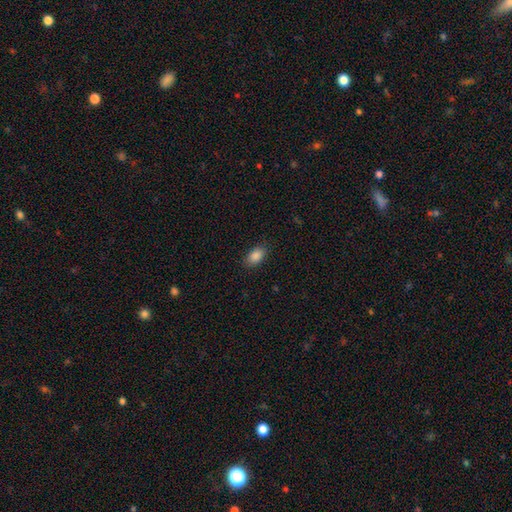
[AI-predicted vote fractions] Smooth or featured? smooth (87%)
How rounded? in between (91%)
Merging? none (86%)